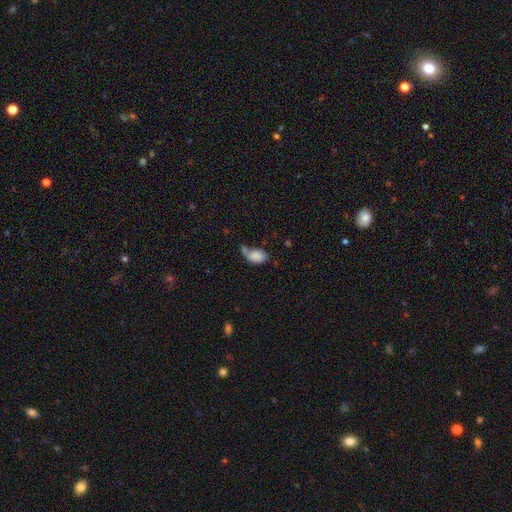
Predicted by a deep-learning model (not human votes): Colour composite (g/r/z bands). It shows a smooth galaxy with no disk features (79%) that is in between round and cigar-shaped (84%). Merging: merger (32%).